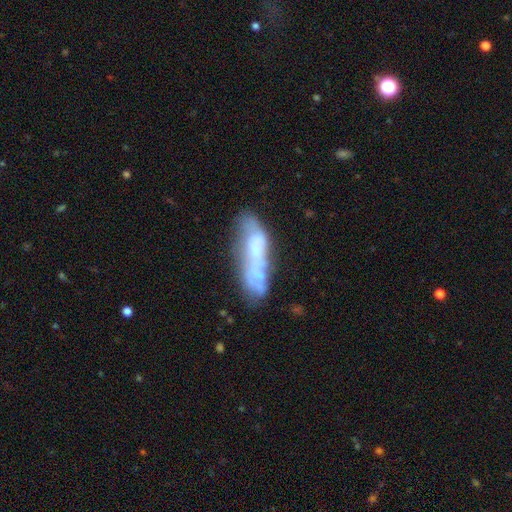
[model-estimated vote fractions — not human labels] Smooth or featured: featured or disk — 50% (smooth — 41%)
Merging: none — 41% (minor disturbance — 22%)